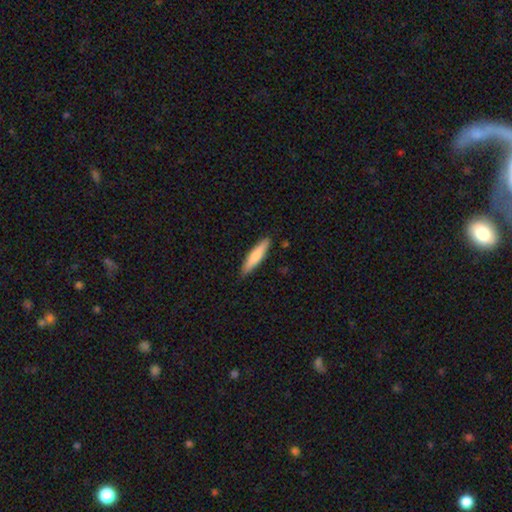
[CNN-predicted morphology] This appears to be a smooth galaxy with no disk features (69%) that is cigar-shaped (82%). Merging: none (89%).